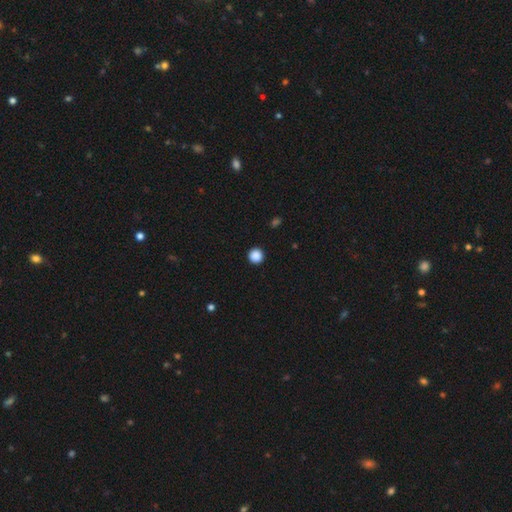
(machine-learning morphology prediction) Q: Smooth or featured?
A: smooth (88%); runner-up: star or artifact (10%)
Q: How rounded?
A: round (96%); runner-up: in between (3%)
Q: Merging?
A: none (93%); runner-up: minor disturbance (4%)